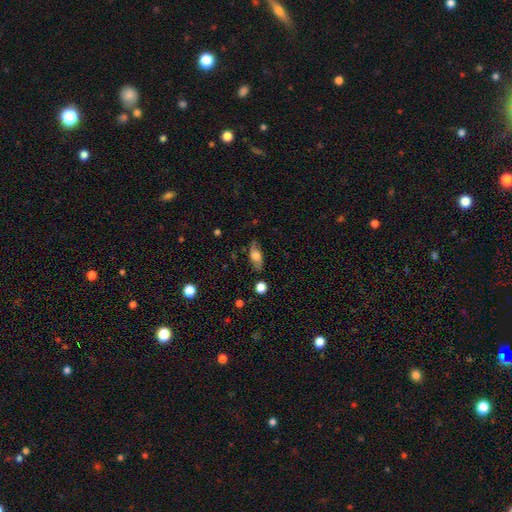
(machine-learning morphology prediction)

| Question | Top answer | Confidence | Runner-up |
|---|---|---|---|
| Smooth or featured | smooth | 49% | featured or disk (42%) |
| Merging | none | 74% | minor disturbance (18%) |